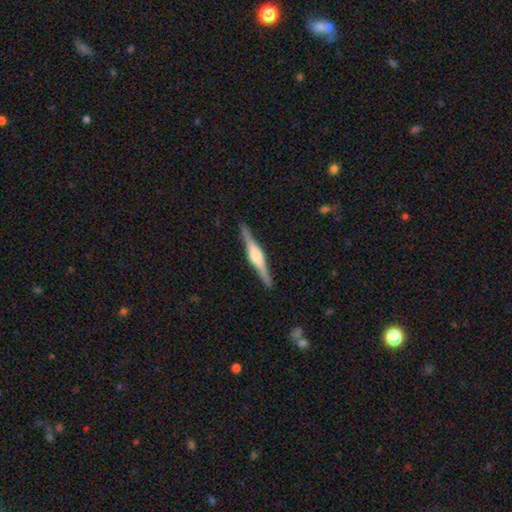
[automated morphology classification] The model was most divided on "edge-on bulge": rounded: 76%, boxy: 21%, none: 3%. More confident: edge-on disk — yes (98%); merging — none (91%); smooth or featured — featured or disk (82%).